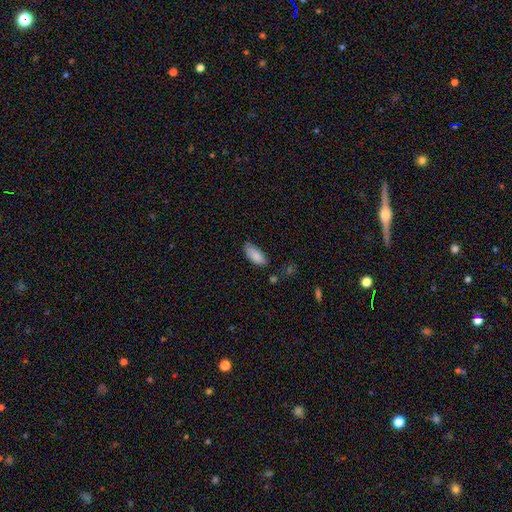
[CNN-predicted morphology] This is clearly a smooth galaxy (87%). How rounded: clearly in between (84%). Merging: likely none (69%).